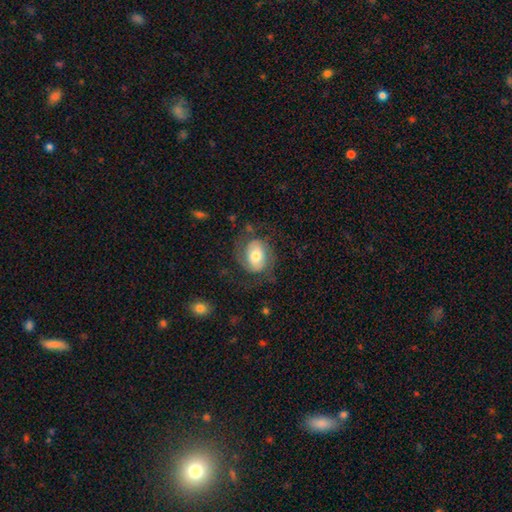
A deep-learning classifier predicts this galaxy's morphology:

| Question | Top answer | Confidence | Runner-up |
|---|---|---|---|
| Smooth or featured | featured or disk | 53% | smooth (40%) |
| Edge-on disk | no | 96% | yes (4%) |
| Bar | no | 55% | weak (31%) |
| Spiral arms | yes | 75% | no (25%) |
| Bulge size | moderate | 60% | large (20%) |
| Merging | none | 59% | minor disturbance (20%) |